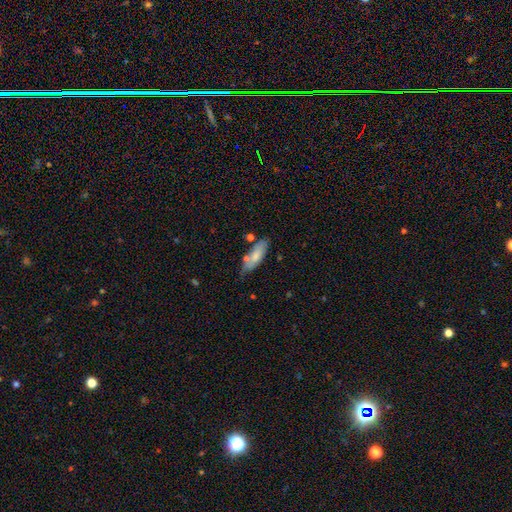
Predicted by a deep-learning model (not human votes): Q: Smooth or featured?
A: smooth (74%); runner-up: featured or disk (20%)
Q: How rounded?
A: in between (59%); runner-up: cigar-shaped (39%)
Q: Merging?
A: none (61%); runner-up: minor disturbance (23%)